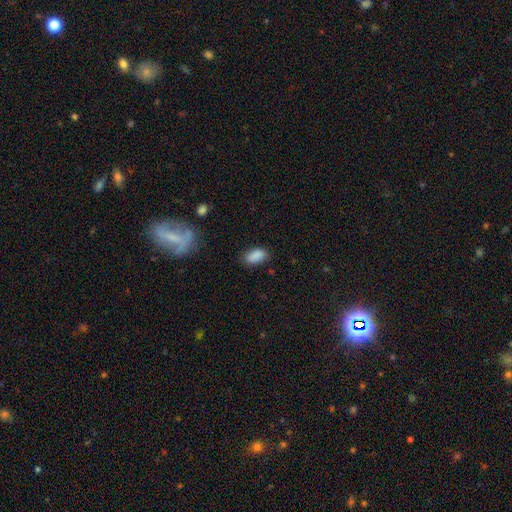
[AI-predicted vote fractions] Q: Smooth or featured?
A: smooth (89%); runner-up: star or artifact (8%)
Q: How rounded?
A: in between (93%); runner-up: round (4%)
Q: Merging?
A: none (83%); runner-up: minor disturbance (13%)